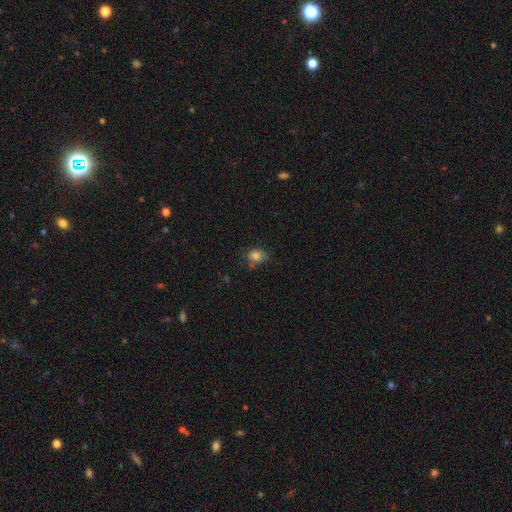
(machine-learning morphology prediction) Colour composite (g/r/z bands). It shows a smooth galaxy with no disk features (80%) that is in between round and cigar-shaped (61%). Merging: none (58%).